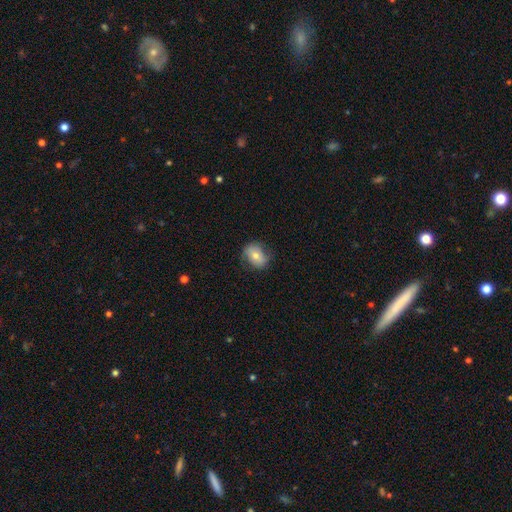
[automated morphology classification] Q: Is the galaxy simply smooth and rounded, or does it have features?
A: smooth — 67%.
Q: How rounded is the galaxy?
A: in between — 65%.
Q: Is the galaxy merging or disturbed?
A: none — 72%.